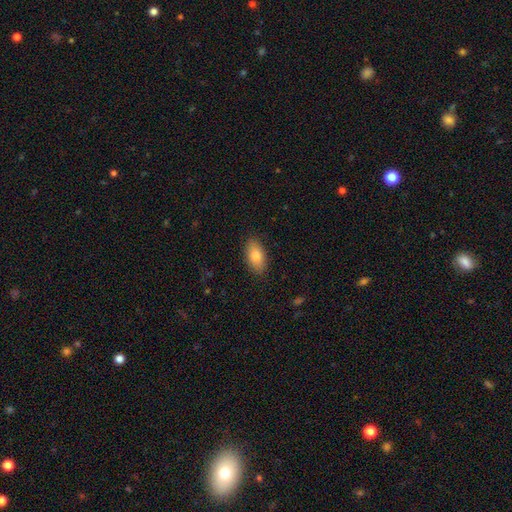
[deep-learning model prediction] This appears to be a smooth galaxy with no disk features (84%) that is in between round and cigar-shaped (92%). Merging: none (87%).